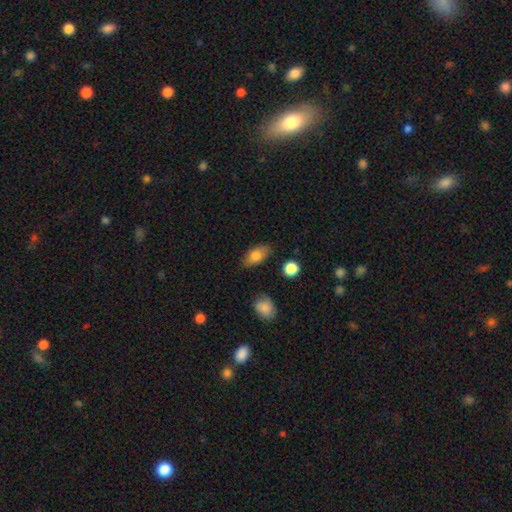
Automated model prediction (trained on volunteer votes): Overall: smooth (78%). How rounded: in between (88%). Merging: none (82%).